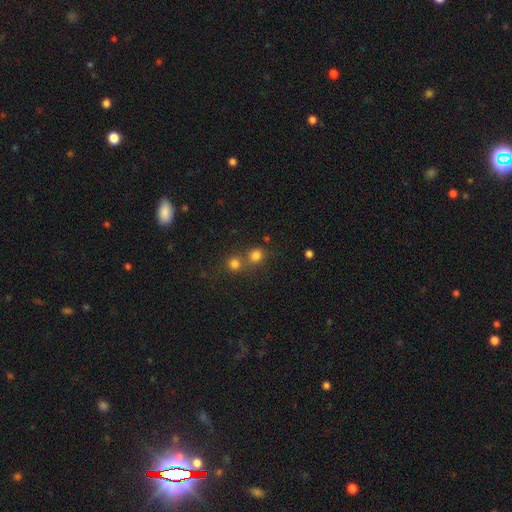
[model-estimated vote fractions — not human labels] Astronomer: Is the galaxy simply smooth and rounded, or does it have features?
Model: smooth — 78%.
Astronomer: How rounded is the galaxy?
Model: round — 86%.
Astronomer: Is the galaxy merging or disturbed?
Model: none — 54% (runner-up: merger, 37%).